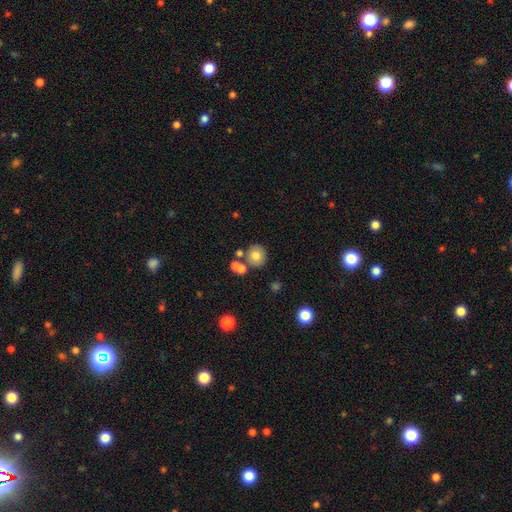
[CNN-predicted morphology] Smooth or featured? smooth (73%)
How rounded? round (86%)
Merging? none (66%)